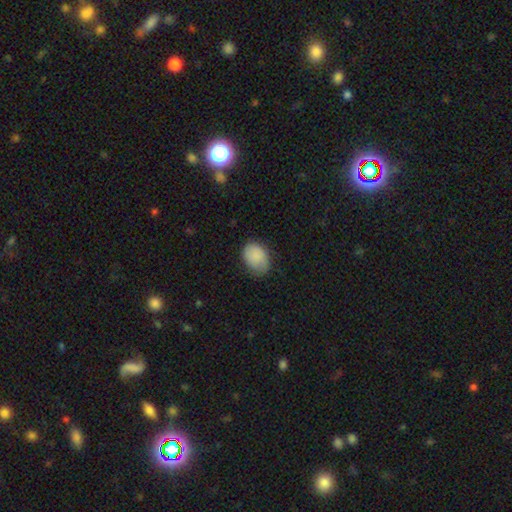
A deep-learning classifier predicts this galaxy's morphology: smooth-or-featured: smooth: 84% | featured or disk: 9% | star or artifact: 7%
  how-rounded: in between: 66% | round: 33% | cigar-shaped: 1%
  merging: none: 62% | minor disturbance: 30% | major disturbance: 7% | merger: 1%